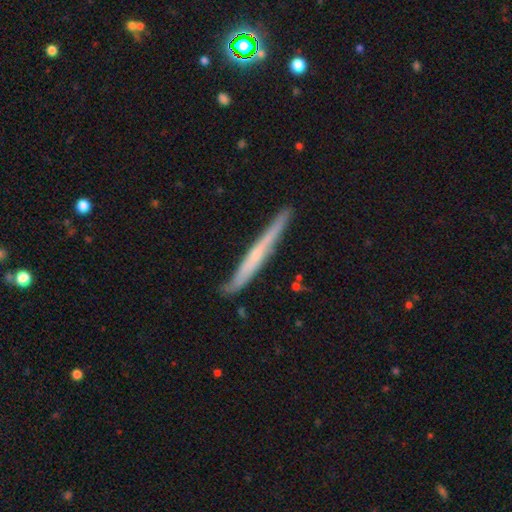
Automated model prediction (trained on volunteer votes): This is possibly a featured or disk galaxy (56%). It is clearly viewed edge-on (95%). Edge-on bulge: likely none (70%). Merging: clearly none (83%).